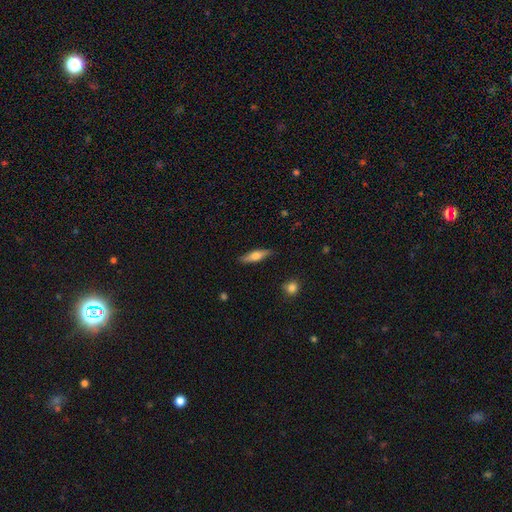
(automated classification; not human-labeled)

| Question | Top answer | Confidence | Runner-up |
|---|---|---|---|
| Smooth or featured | smooth | 59% | featured or disk (34%) |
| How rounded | cigar-shaped | 64% | in between (33%) |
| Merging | none | 86% | minor disturbance (11%) |